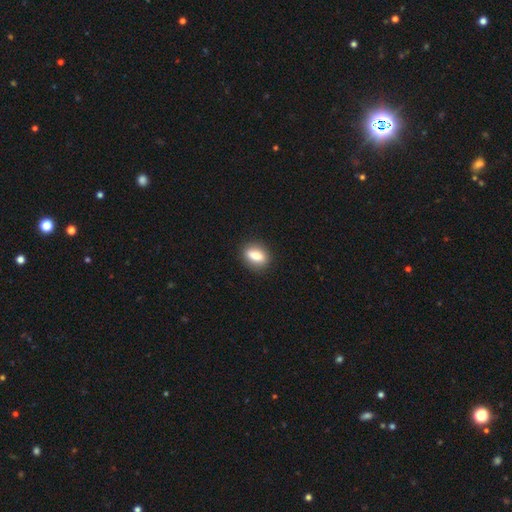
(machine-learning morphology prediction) smooth_or_featured: smooth (p=0.80) [alt: featured or disk p=0.12]
how_rounded: in between (p=0.73) [alt: round p=0.20]
merging: none (p=0.87) [alt: minor disturbance p=0.09]